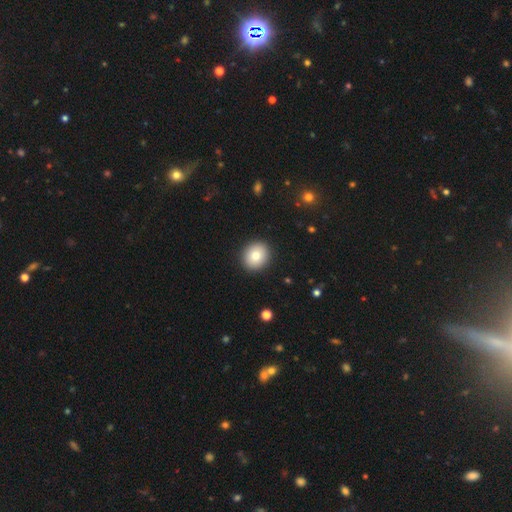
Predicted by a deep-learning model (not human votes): This appears to be a smooth galaxy with no disk features (81%) that is round (76%). Merging: none (91%).